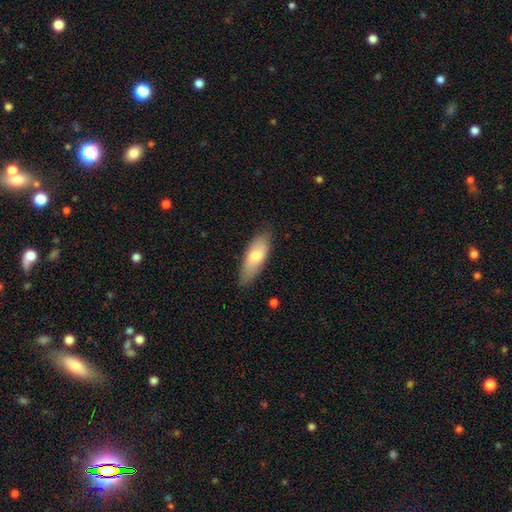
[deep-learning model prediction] A smooth galaxy with no disk features (72%) that is in between round and cigar-shaped (72%). Merging: none (76%).